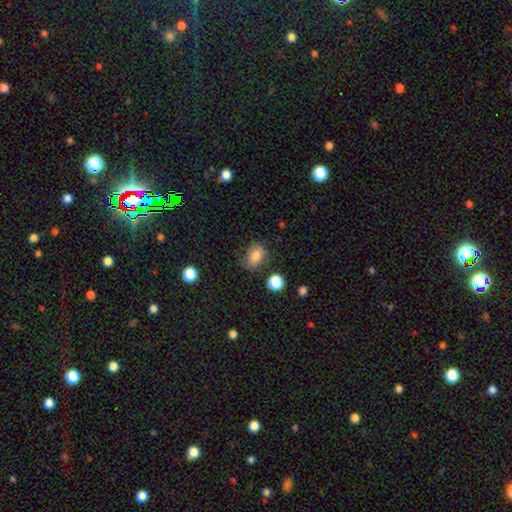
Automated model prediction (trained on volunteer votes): smooth_or_featured: smooth (p=0.80) [alt: star or artifact p=0.11]
how_rounded: in between (p=0.66) [alt: round p=0.33]
merging: none (p=0.64) [alt: minor disturbance p=0.25]